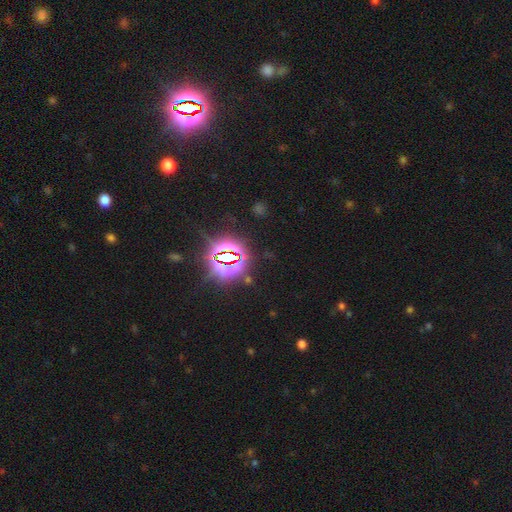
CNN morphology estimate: Overall: star or artifact (82%).